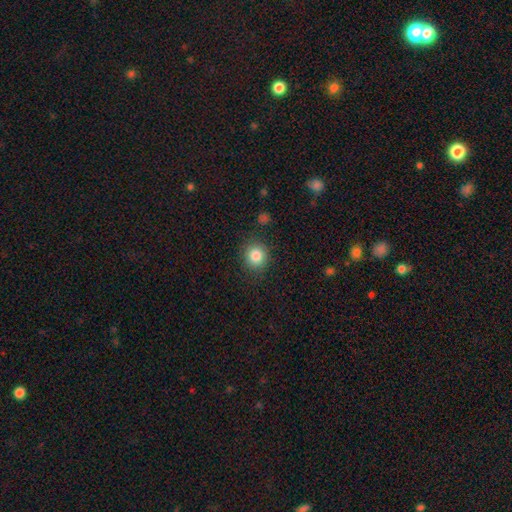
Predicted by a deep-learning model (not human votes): Smooth or featured? Predicted: smooth (p=0.84). How rounded? Predicted: round (p=0.86). Merging? Predicted: none (p=0.87).